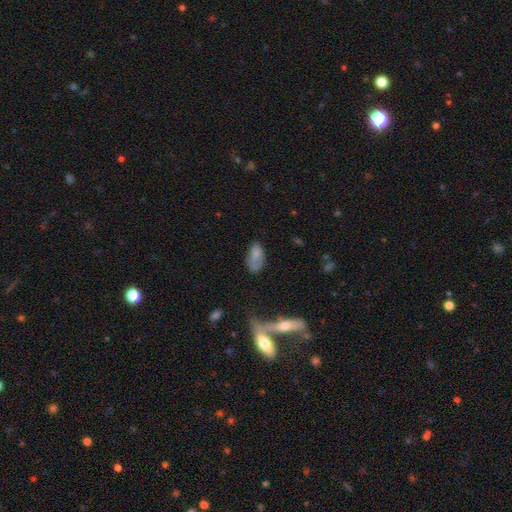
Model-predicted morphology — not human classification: A smooth galaxy with no disk features (76%) that is in between round and cigar-shaped (91%). Merging: none (47%).